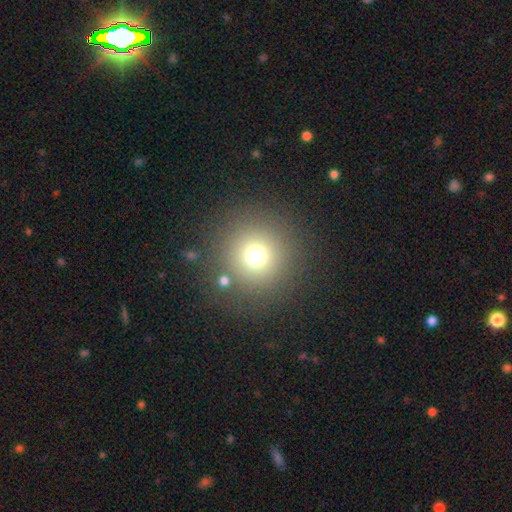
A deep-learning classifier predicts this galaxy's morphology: Smooth or featured? Predicted: smooth (p=0.72). How rounded? Predicted: round (p=0.95). Merging? Predicted: none (p=0.85).